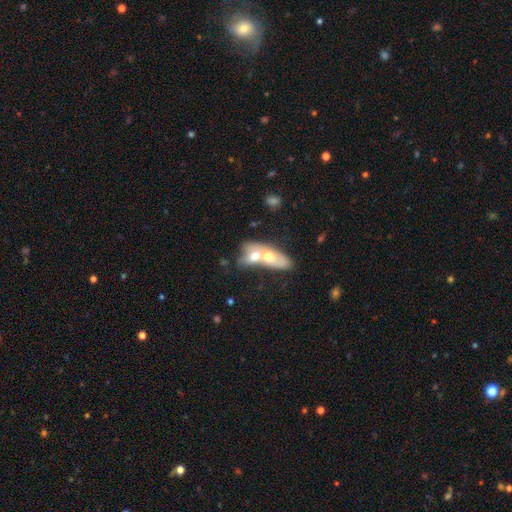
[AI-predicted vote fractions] A featured or disk galaxy (45%). Merging: merger (64%).